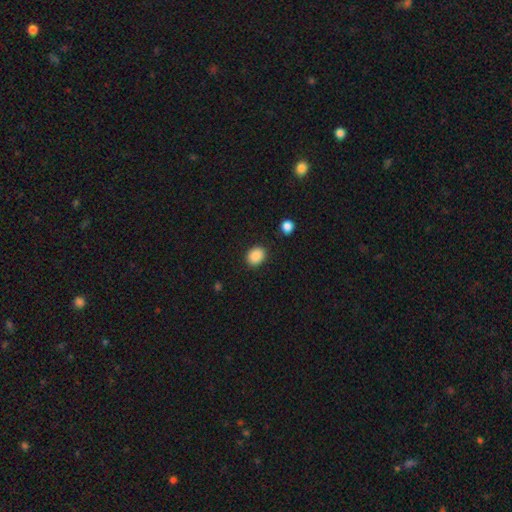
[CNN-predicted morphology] A smooth galaxy with no disk features (89%) that is round (50%). Merging: none (88%).